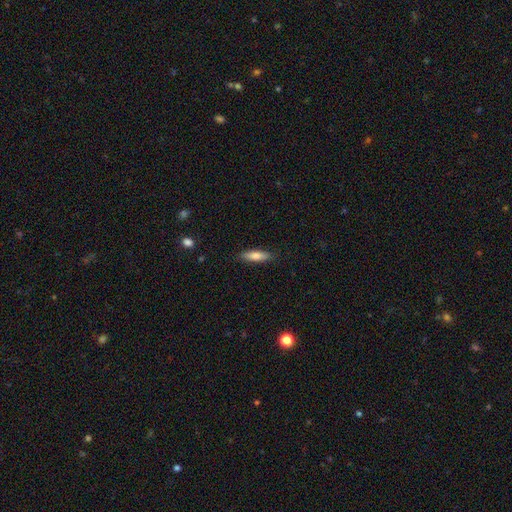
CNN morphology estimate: type=smooth (76%); roundness=cigar-shaped (65%); merging=none (87%).